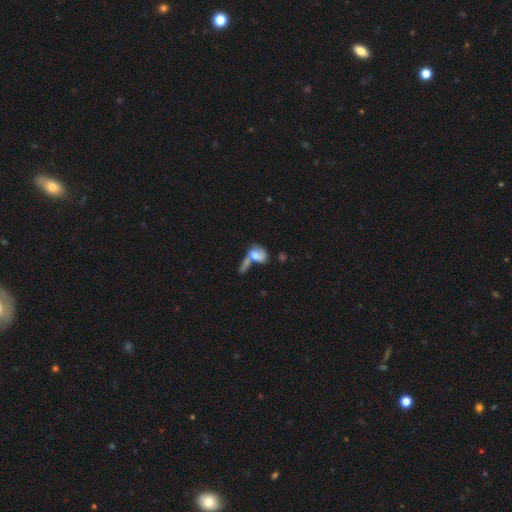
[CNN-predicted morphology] type=smooth (49%); merging=merger (58%).